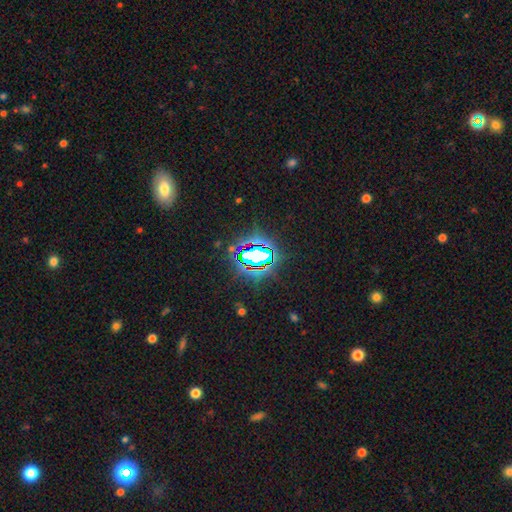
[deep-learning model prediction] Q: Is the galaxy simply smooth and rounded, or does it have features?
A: star or artifact — 75%.